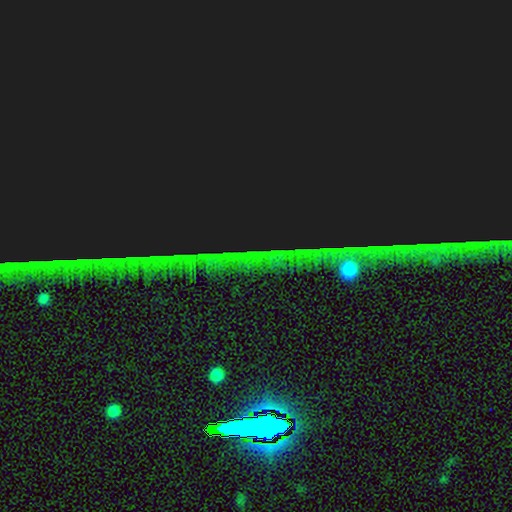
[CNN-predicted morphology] smooth_or_featured: star or artifact (p=0.84) [alt: smooth p=0.08]